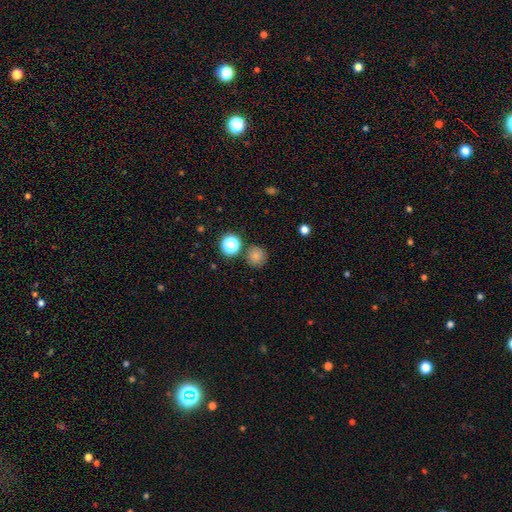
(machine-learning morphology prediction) A smooth galaxy with no disk features (78%) that is round (92%). Merging: none (82%).